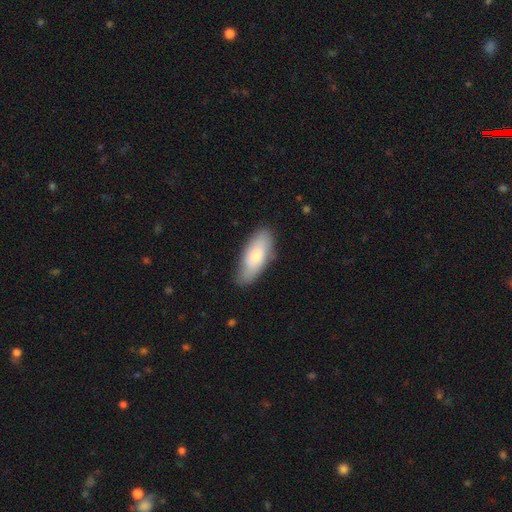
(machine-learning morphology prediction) A smooth galaxy with no disk features (75%) that is in between round and cigar-shaped (81%).

Vote fractions:
- Smooth or featured? smooth: 75% / featured or disk: 19% / star or artifact: 6%
- How rounded? in between: 81% / cigar-shaped: 17% / round: 2%
- Merging? none: 74% / minor disturbance: 21% / major disturbance: 4% / merger: 1%